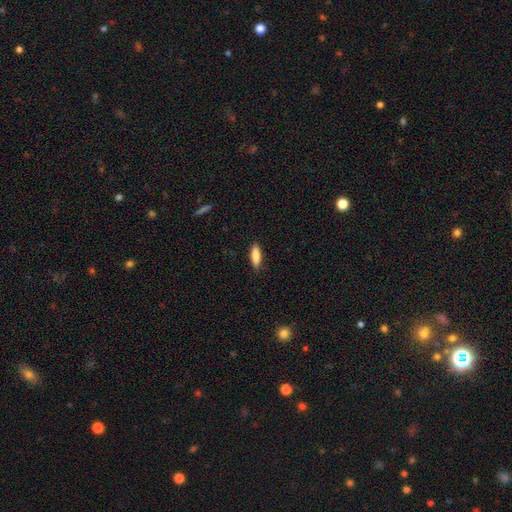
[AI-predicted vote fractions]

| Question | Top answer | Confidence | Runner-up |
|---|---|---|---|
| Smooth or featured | smooth | 84% | featured or disk (10%) |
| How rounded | cigar-shaped | 49% | tied: in between (49%) |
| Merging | none | 86% | minor disturbance (11%) |